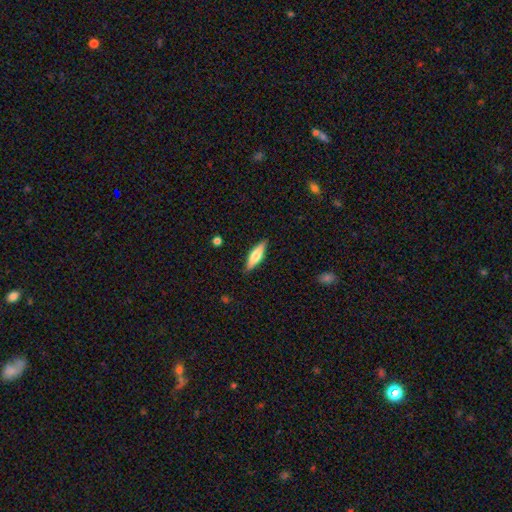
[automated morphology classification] type=smooth (62%); roundness=cigar-shaped (62%); merging=none (87%).